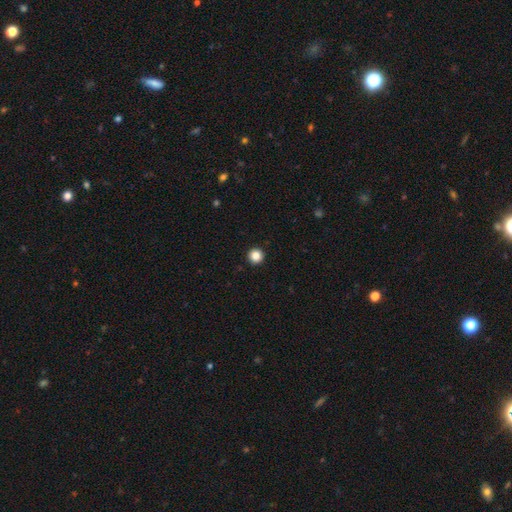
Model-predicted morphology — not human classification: smooth 85%, star or artifact 11%, featured or disk 4%. Down the decision tree: how rounded — round (96%); merging — none (94%).